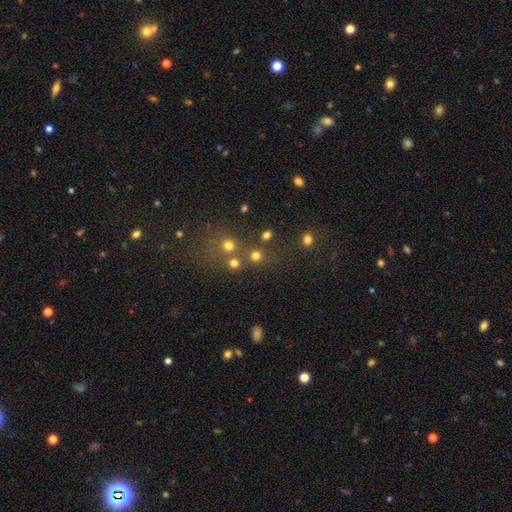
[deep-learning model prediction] Smooth or featured? Predicted: smooth (p=0.73). How rounded? Predicted: round (p=0.90). Merging? Predicted: none (p=0.68).